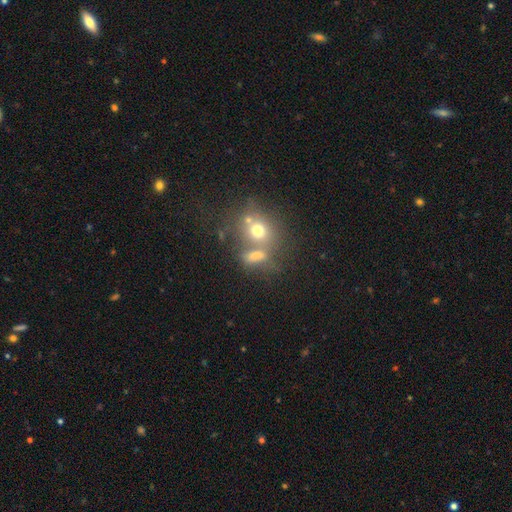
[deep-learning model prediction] Smooth or featured? smooth (66%)
How rounded? in between (59%)
Merging? merger (41%)